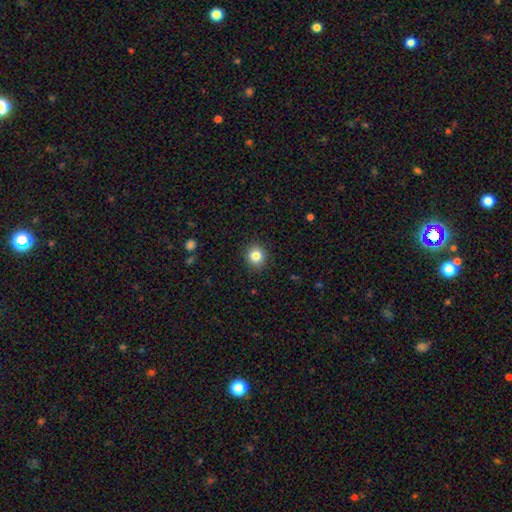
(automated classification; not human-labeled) Smooth or featured: smooth — 84% (star or artifact — 11%)
How rounded: round — 88% (in between — 11%)
Merging: none — 91% (minor disturbance — 6%)